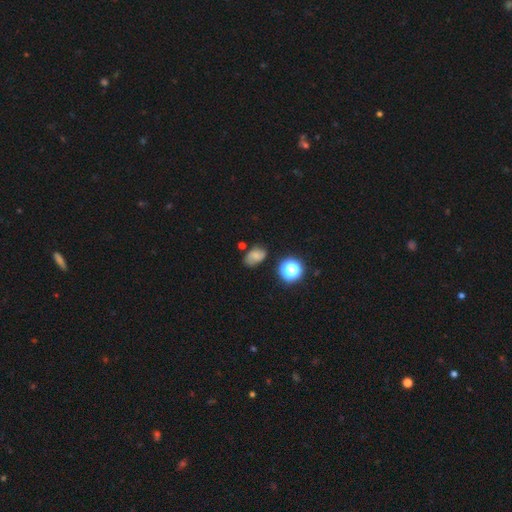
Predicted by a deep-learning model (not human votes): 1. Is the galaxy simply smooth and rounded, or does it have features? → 58% smooth, 25% featured or disk, 17% star or artifact.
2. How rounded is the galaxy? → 77% in between, 22% round, 2% cigar-shaped.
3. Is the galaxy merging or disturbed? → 66% none, 23% minor disturbance, 7% major disturbance, 4% merger.